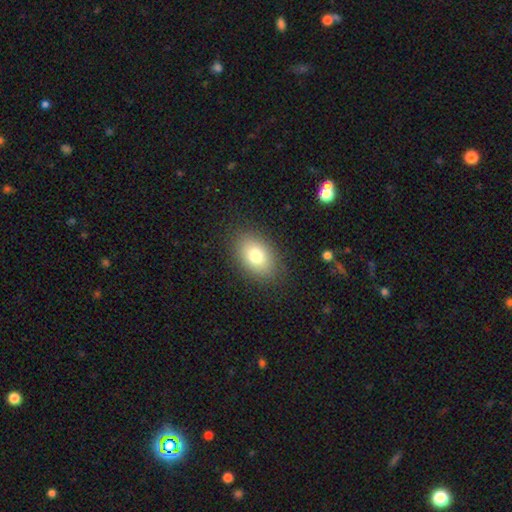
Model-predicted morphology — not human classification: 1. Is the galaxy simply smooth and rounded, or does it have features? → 78% smooth, 12% featured or disk, 9% star or artifact.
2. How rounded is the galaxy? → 84% in between, 15% round, 1% cigar-shaped.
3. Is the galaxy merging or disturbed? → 86% none, 10% minor disturbance, 3% major disturbance, 1% merger.